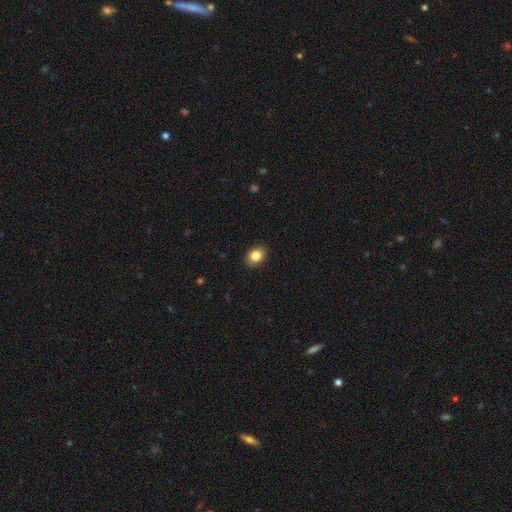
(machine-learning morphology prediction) type=smooth (84%); roundness=in between (65%); merging=none (89%).